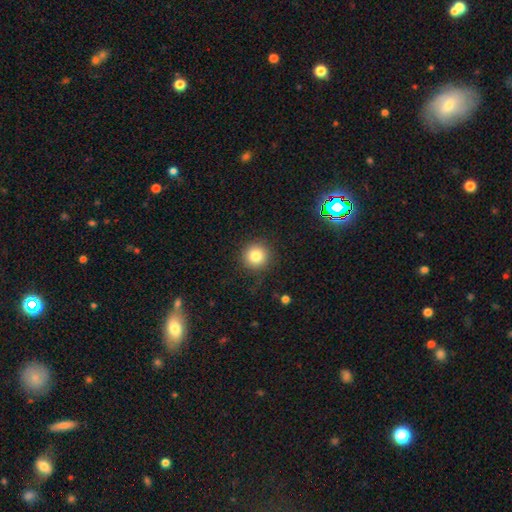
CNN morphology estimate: Smooth or featured?
  - smooth: 83% *
  - star or artifact: 11%
  - featured or disk: 7%
How rounded?
  - round: 95% *
  - in between: 4%
  - cigar-shaped: 1%
Merging?
  - none: 88% *
  - minor disturbance: 8%
  - major disturbance: 3%
  - merger: 1%